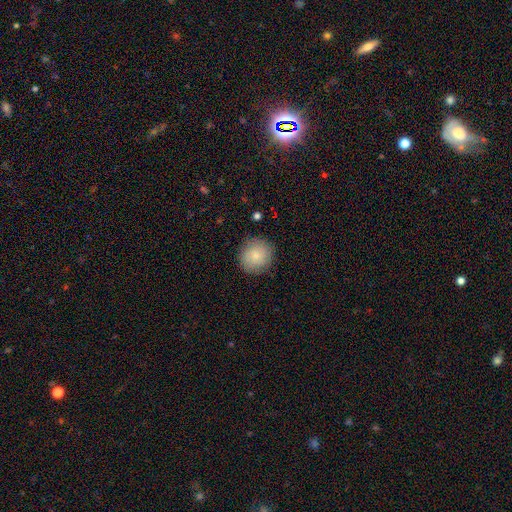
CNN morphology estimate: This appears to be a smooth galaxy with no disk features (81%) that is round (90%). Merging: none (86%).